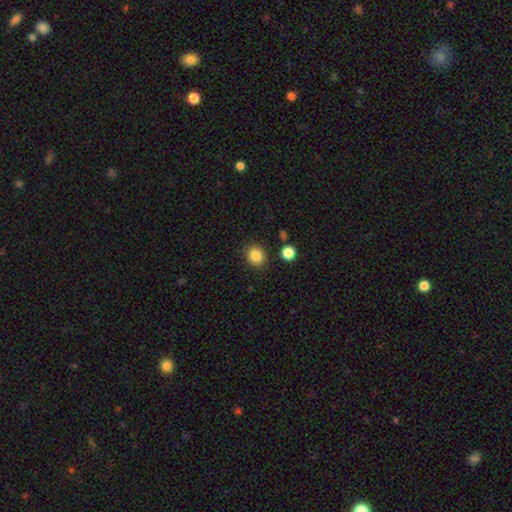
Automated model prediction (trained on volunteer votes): A smooth galaxy with no disk features (85%) that is round (78%).

Vote fractions:
- Smooth or featured? smooth: 85% / star or artifact: 10% / featured or disk: 5%
- How rounded? round: 78% / in between: 21% / cigar-shaped: 1%
- Merging? none: 87% / minor disturbance: 8% / merger: 3% / major disturbance: 2%